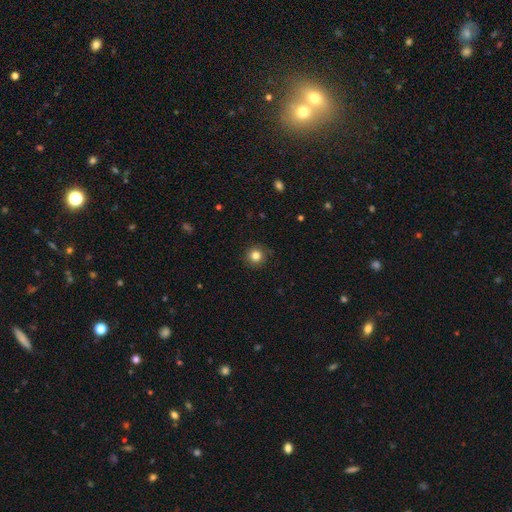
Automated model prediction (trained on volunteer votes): Overall: smooth (82%). How rounded: round (94%). Merging: none (88%).